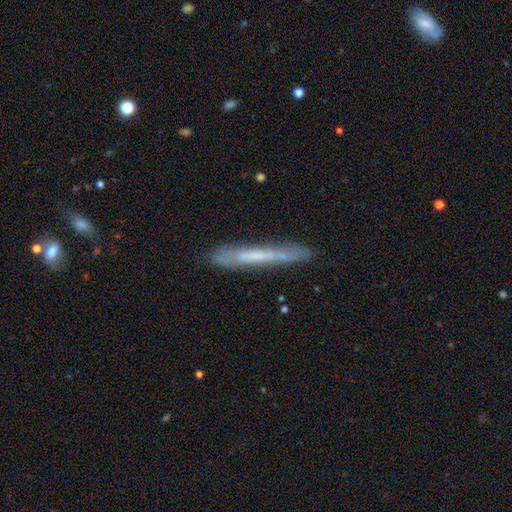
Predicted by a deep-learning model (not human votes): Smooth or featured?
  - featured or disk: 47% *
  - smooth: 46%
  - star or artifact: 7%
Merging?
  - none: 76% *
  - minor disturbance: 17%
  - major disturbance: 4%
  - merger: 2%